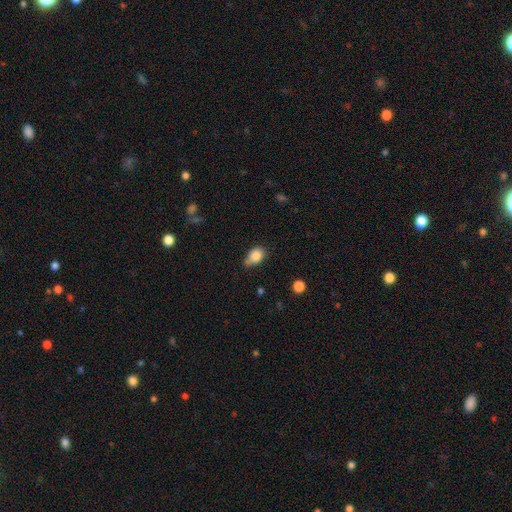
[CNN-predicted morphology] Smooth or featured: smooth — 84% (star or artifact — 9%)
How rounded: in between — 75% (round — 23%)
Merging: none — 43% (tied with minor disturbance — 43%)